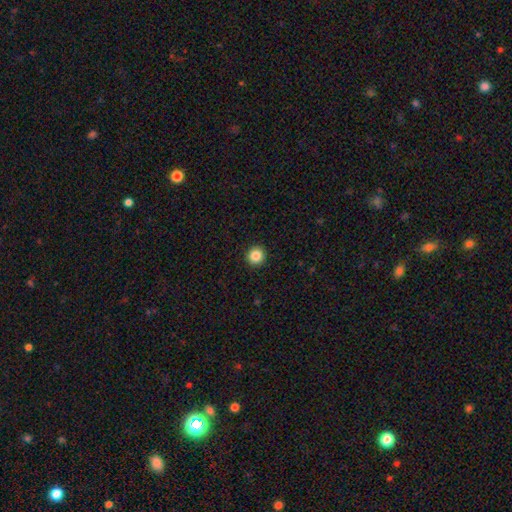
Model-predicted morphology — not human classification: Smooth or featured?
  - smooth: 86% *
  - star or artifact: 10%
  - featured or disk: 4%
How rounded?
  - round: 94% *
  - in between: 5%
  - cigar-shaped: 1%
Merging?
  - none: 93% *
  - minor disturbance: 4%
  - major disturbance: 1%
  - merger: 1%